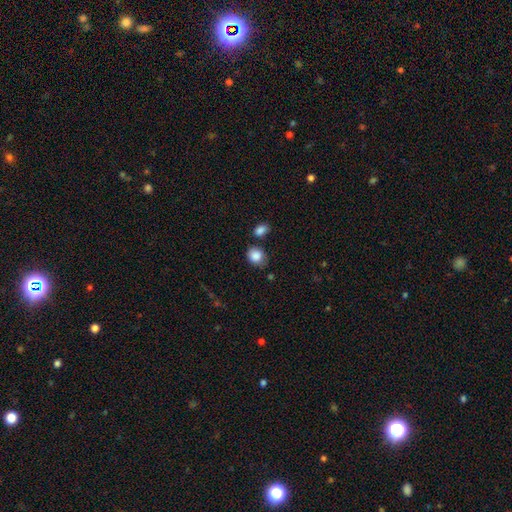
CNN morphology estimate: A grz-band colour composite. It shows a smooth galaxy with no disk features (86%) that is round (55%). Merging: none (61%).